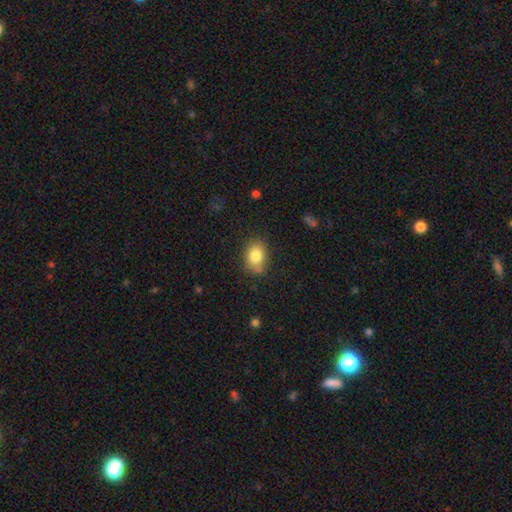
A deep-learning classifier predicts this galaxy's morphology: Smooth or featured? Predicted: smooth (p=0.82). How rounded? Predicted: in between (p=0.64). Merging? Predicted: none (p=0.75).